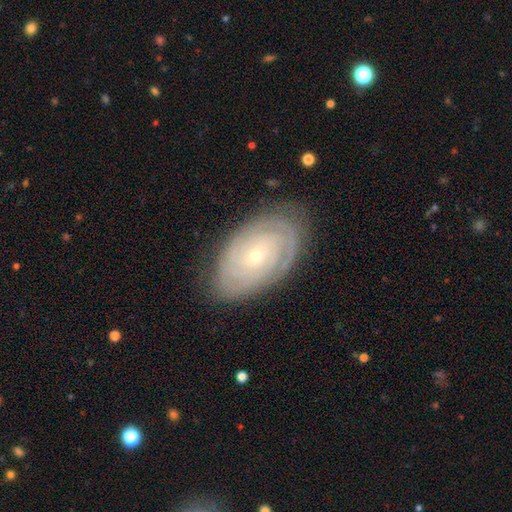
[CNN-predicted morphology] featured or disk 83%, smooth 11%, star or artifact 6%. Down the decision tree: edge-on disk — no (96%); bar — no (73%); spiral arms — yes (95%); spiral arm count — can't tell (36%); spiral winding — tight (84%); bulge size — small (75%); merging — none (81%).